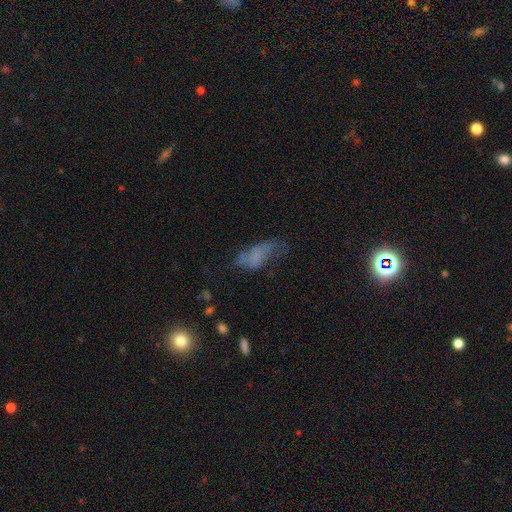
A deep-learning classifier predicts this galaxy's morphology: smooth_or_featured: smooth (p=0.49) [alt: featured or disk p=0.34]
merging: major disturbance (p=0.38) [alt: none p=0.31]